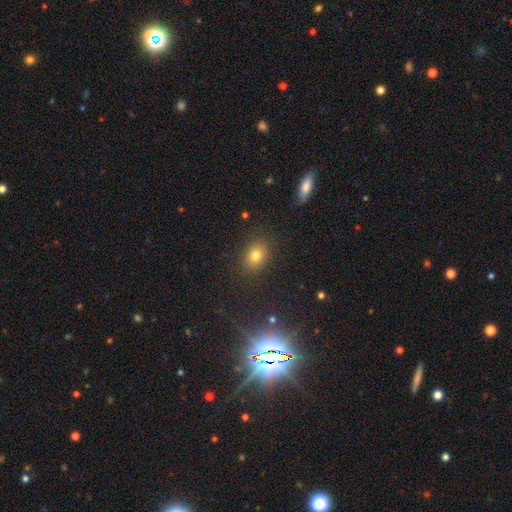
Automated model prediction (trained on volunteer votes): smooth-or-featured: smooth: 76% | star or artifact: 15% | featured or disk: 9%
  how-rounded: in between: 60% | round: 39% | cigar-shaped: 1%
  merging: none: 86% | minor disturbance: 9% | major disturbance: 3% | merger: 2%